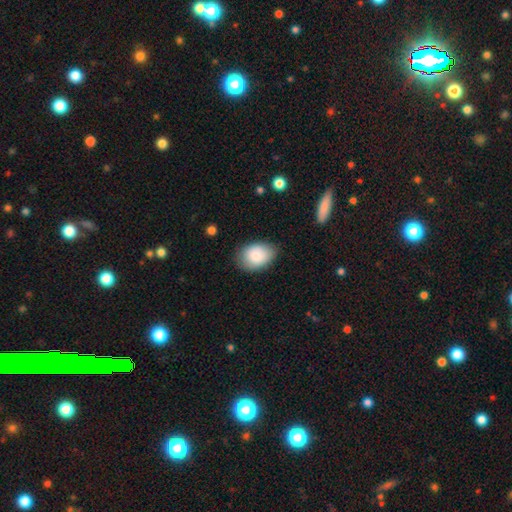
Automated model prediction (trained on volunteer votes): Q: Smooth or featured?
A: smooth (84%); runner-up: featured or disk (9%)
Q: How rounded?
A: in between (81%); runner-up: round (18%)
Q: Merging?
A: none (78%); runner-up: minor disturbance (17%)